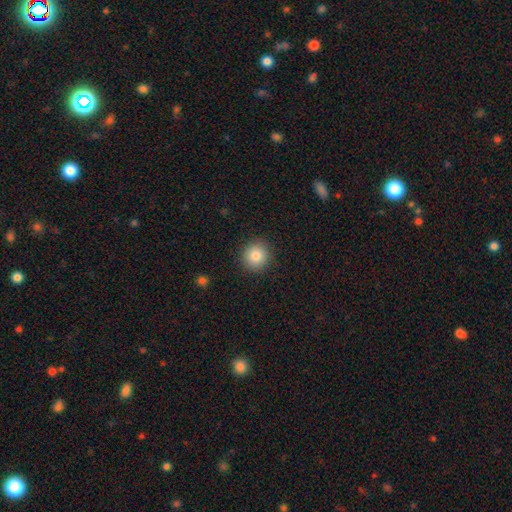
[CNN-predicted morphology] Smooth or featured: smooth — 84% (star or artifact — 10%)
How rounded: round — 91% (in between — 8%)
Merging: none — 91% (minor disturbance — 6%)